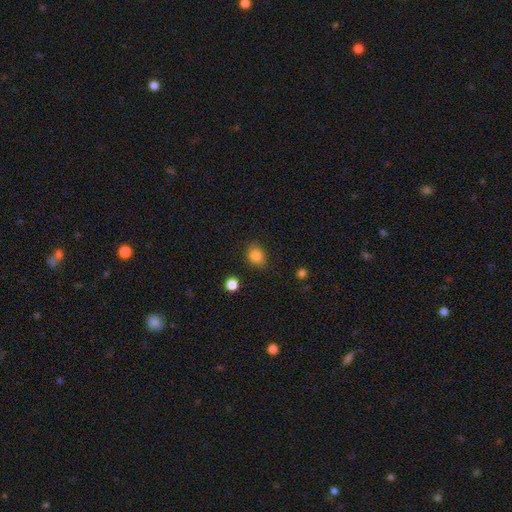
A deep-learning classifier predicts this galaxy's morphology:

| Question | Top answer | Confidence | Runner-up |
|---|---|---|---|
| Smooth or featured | smooth | 85% | star or artifact (11%) |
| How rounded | round | 63% | in between (36%) |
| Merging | none | 79% | minor disturbance (15%) |